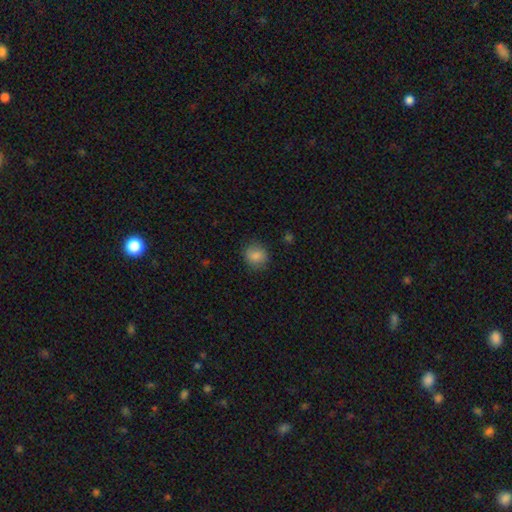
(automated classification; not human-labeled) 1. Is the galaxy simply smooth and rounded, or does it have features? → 85% smooth, 9% star or artifact, 6% featured or disk.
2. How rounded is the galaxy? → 83% round, 16% in between, 1% cigar-shaped.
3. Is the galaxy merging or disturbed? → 84% none, 11% minor disturbance, 3% major disturbance, 1% merger.